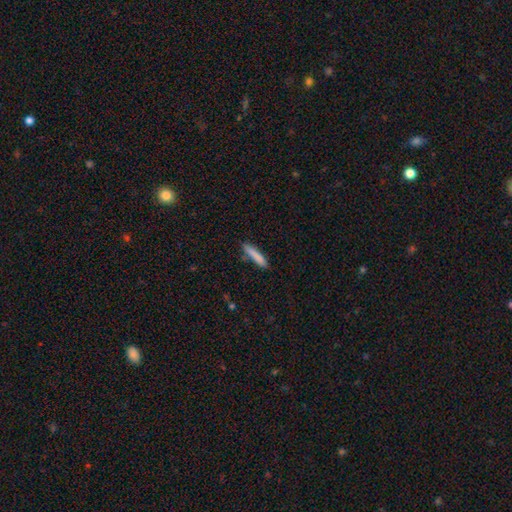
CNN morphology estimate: Smooth or featured? Predicted: smooth (p=0.83). How rounded? Predicted: cigar-shaped (p=0.90). Merging? Predicted: none (p=0.82).